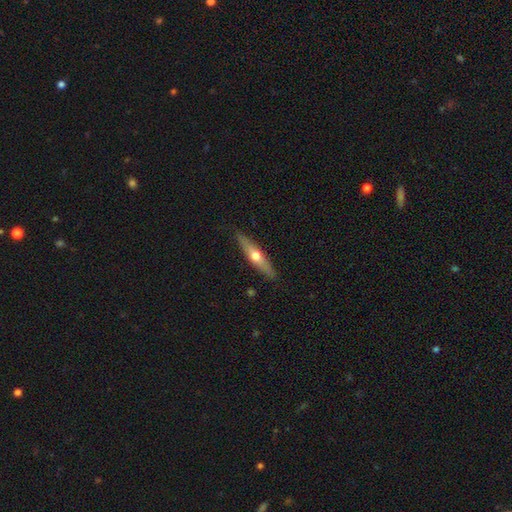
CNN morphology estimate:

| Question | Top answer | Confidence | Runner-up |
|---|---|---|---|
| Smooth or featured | featured or disk | 53% | smooth (41%) |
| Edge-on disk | yes | 90% | no (10%) |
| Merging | none | 88% | minor disturbance (9%) |